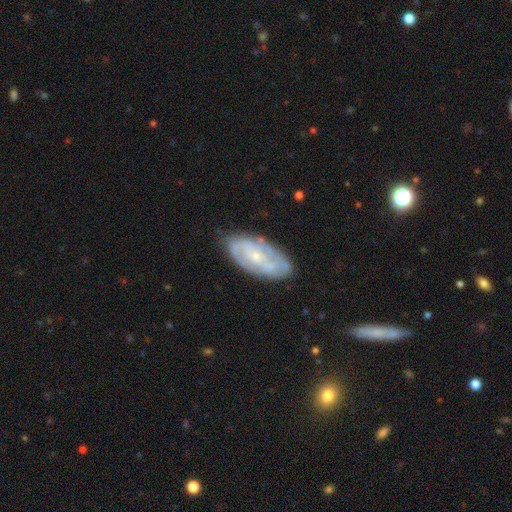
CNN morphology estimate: Smooth or featured? Predicted: featured or disk (p=0.73). Edge-on disk? Predicted: no (p=0.93). Bar? Predicted: no (p=0.63). Spiral arms? Predicted: yes (p=0.84). Spiral winding? Predicted: tight (p=0.58). Spiral arm count? Predicted: can't tell (p=0.41). Bulge size? Predicted: small (p=0.73). Merging? Predicted: none (p=0.78).